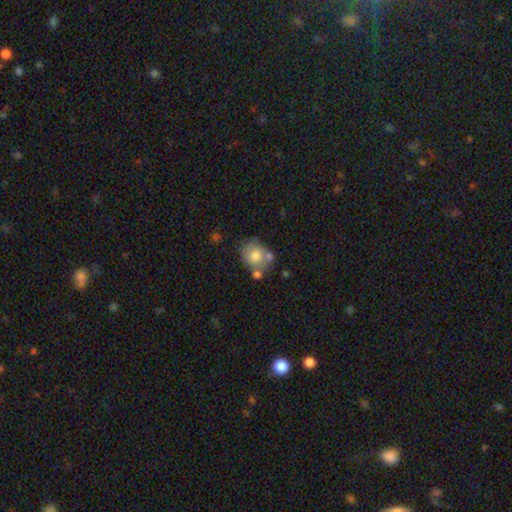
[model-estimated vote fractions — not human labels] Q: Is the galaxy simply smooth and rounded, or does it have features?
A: smooth — 69%.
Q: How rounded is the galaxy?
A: round — 64%.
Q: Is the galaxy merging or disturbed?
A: none — 48%.